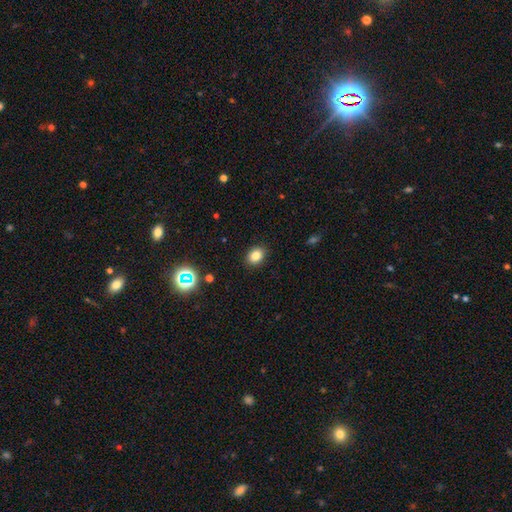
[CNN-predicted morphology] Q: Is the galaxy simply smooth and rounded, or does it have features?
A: smooth — 82%.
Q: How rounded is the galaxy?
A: in between — 63%.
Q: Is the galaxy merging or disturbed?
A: none — 89%.